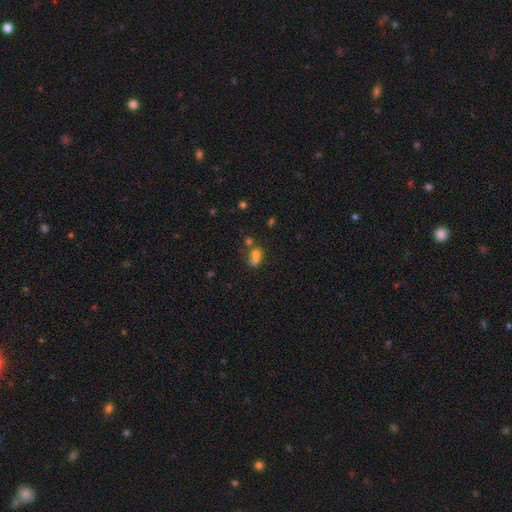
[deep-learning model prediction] The model was most divided on "merging": merger: 45%, none: 28%, major disturbance: 13%, minor disturbance: 13%. More confident: smooth or featured — smooth (63%); how rounded — in between (62%).